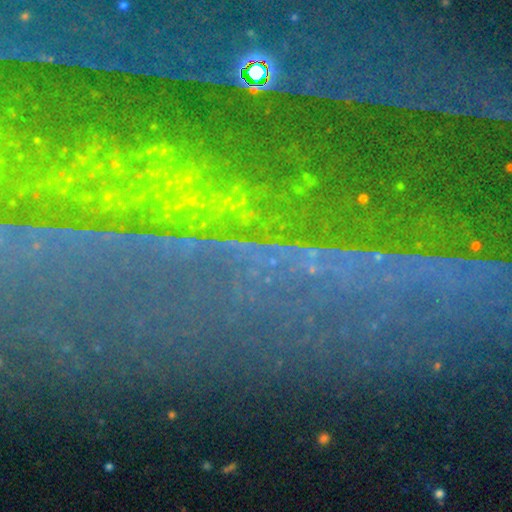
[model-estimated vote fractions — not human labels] Morphology: type=star or artifact (82%).